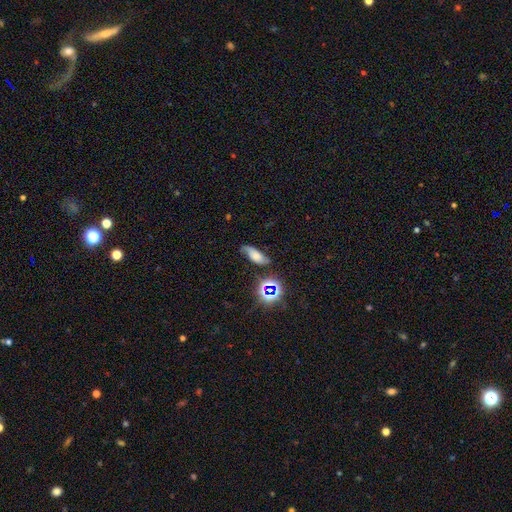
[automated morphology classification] Smooth or featured? Predicted: featured or disk (p=0.41). Merging? Predicted: none (p=0.60).